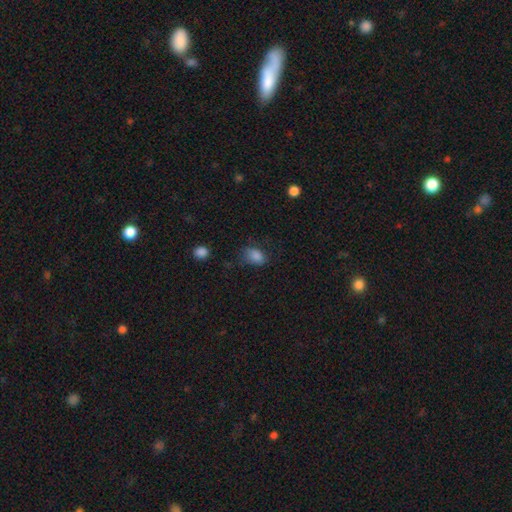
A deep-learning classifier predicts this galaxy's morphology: Smooth or featured? Predicted: smooth (p=0.84). How rounded? Predicted: in between (p=0.76). Merging? Predicted: none (p=0.62).